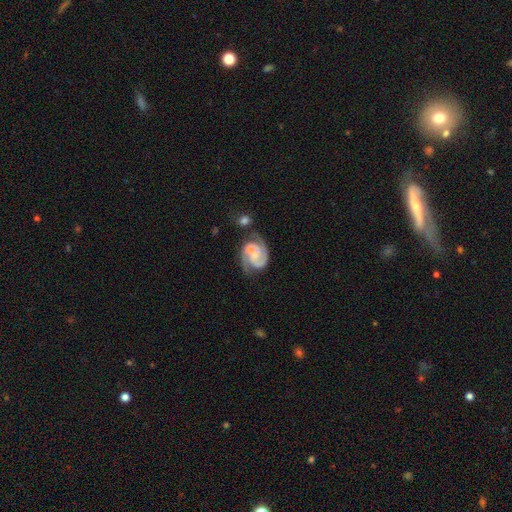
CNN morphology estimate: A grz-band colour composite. It shows a featured or disk galaxy (84%) with no bar (63%), 2 (75%) tight (50%) spiral arms (96%) and a small central bulge (54%). Merging: none (47%).